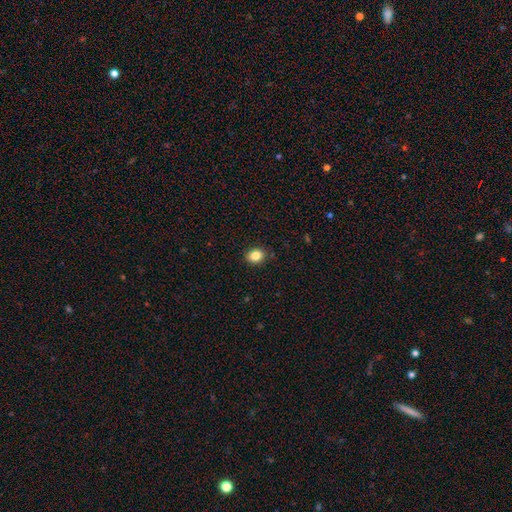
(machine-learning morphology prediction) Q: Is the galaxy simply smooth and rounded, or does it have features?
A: smooth — 84%.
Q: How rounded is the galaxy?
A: round — 54%.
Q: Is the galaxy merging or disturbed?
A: none — 89%.